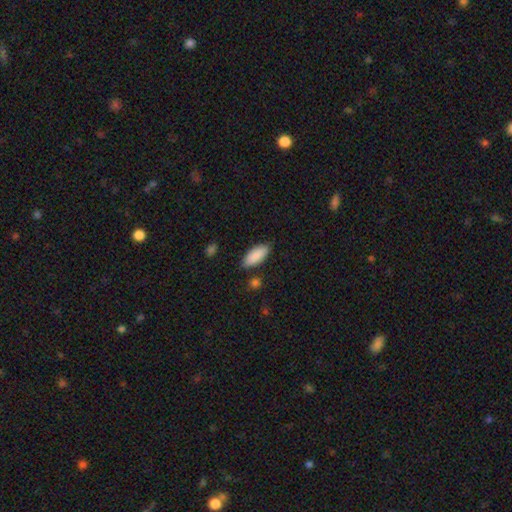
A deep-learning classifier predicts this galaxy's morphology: A smooth galaxy with no disk features (89%) that is in between round and cigar-shaped (82%). Merging: none (83%).